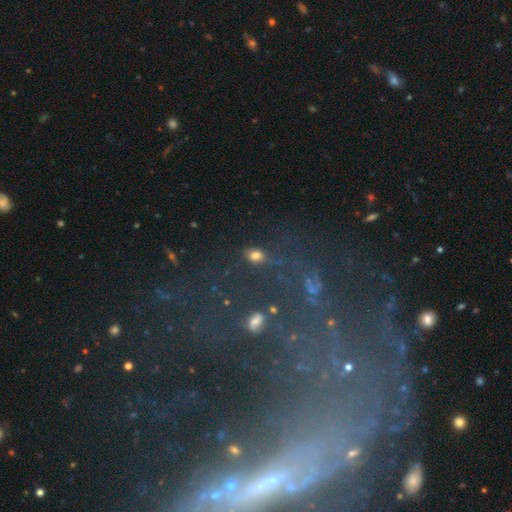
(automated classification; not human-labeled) The model was most divided on "how rounded": in between: 67%, round: 29%, cigar-shaped: 4%. More confident: merging — none (69%); smooth or featured — smooth (68%).